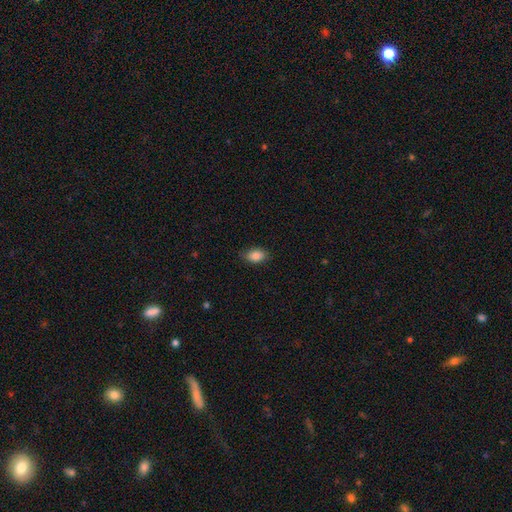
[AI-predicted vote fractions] Smooth or featured? smooth (87%)
How rounded? in between (86%)
Merging? none (81%)